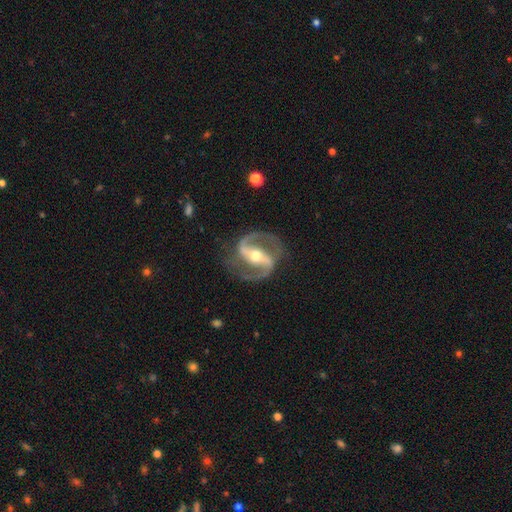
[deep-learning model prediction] A featured or disk galaxy (93%) with a strong bar (57%), 2 (94%) medium (63%) spiral arms (98%) and a moderate central bulge (72%).

Vote fractions:
- Smooth or featured? featured or disk: 93% / star or artifact: 4% / smooth: 3%
- Edge-on disk? no: 97% / yes: 3%
- Bar? strong: 57% / weak: 28% / no: 14%
- Spiral arms? yes: 98% / no: 2%
- Spiral winding? medium: 63% / loose: 19% / tight: 18%
- Spiral arm count? 2: 94% / can't tell: 1% / 1: 1% / 3: 1% / 4: 1% / more than 4: 1%
- Bulge size? moderate: 72% / small: 19% / large: 7% / none: 1% / dominant: 1%
- Merging? none: 82% / minor disturbance: 12% / major disturbance: 5% / merger: 1%